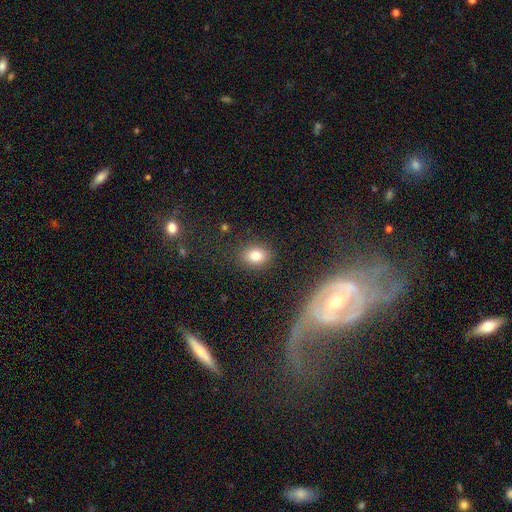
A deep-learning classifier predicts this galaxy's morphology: Smooth or featured: smooth — 80% (star or artifact — 12%)
How rounded: in between — 59% (round — 40%)
Merging: none — 84% (minor disturbance — 10%)